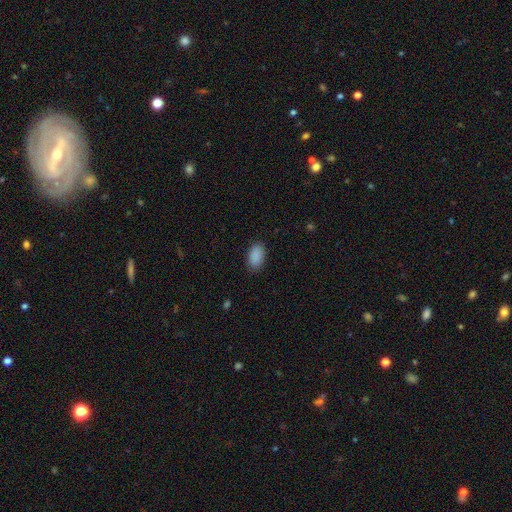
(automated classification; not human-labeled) Q: Smooth or featured?
A: smooth (90%); runner-up: star or artifact (7%)
Q: How rounded?
A: in between (93%); runner-up: round (5%)
Q: Merging?
A: none (86%); runner-up: minor disturbance (11%)